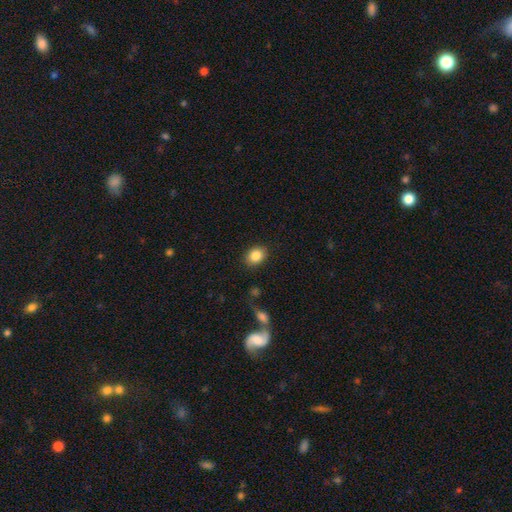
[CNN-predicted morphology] type=smooth (86%); roundness=in between (56%); merging=none (87%).